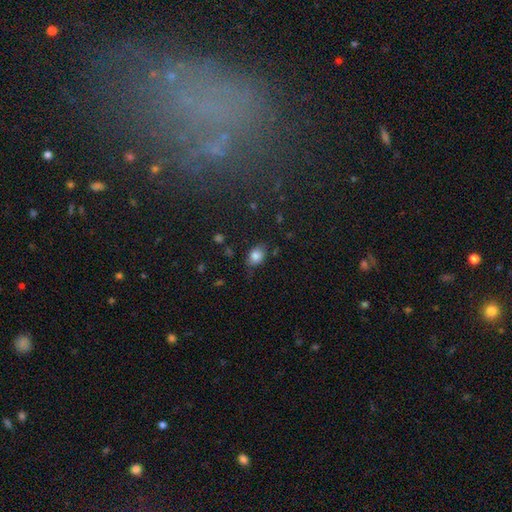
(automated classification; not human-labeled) Smooth or featured? smooth (83%)
How rounded? in between (73%)
Merging? none (70%)